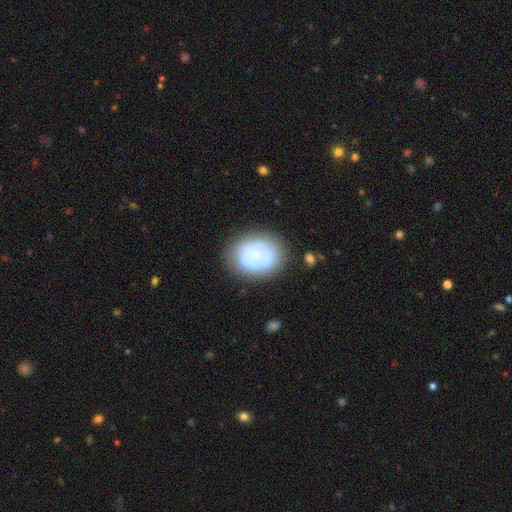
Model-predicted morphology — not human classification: Smooth or featured? Predicted: smooth (p=0.53). How rounded? Predicted: round (p=0.50). Merging? Predicted: none (p=0.64).